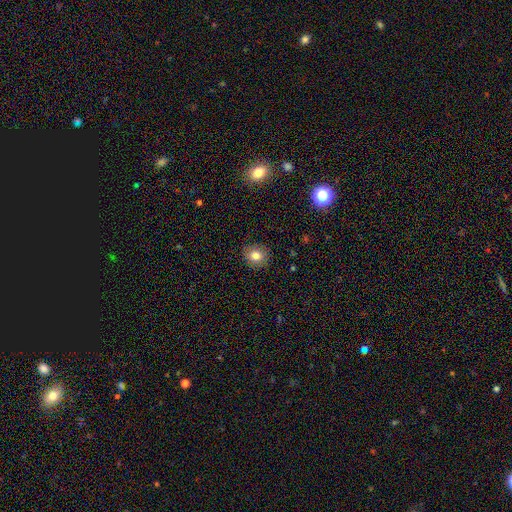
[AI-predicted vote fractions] A smooth galaxy with no disk features (80%) that is round (83%). Merging: none (90%).